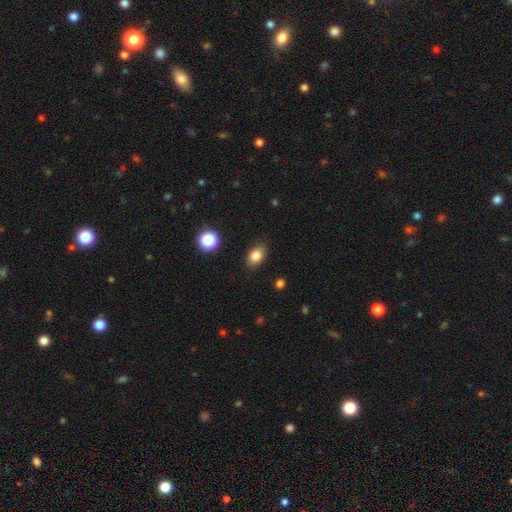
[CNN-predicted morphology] Smooth or featured? Predicted: smooth (p=0.84). How rounded? Predicted: in between (p=0.83). Merging? Predicted: none (p=0.85).